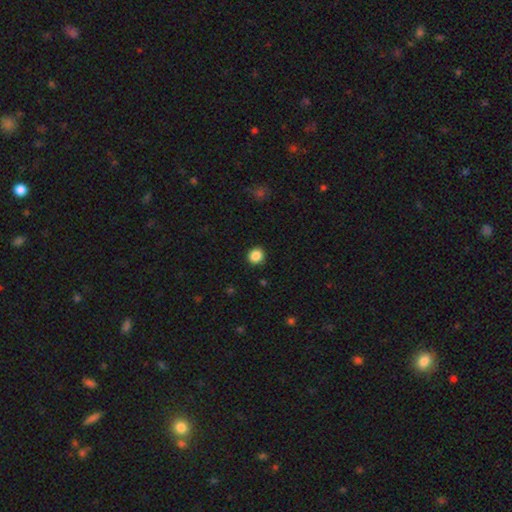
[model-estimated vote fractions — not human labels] This is clearly a smooth galaxy (87%). How rounded: clearly round (86%). Merging: clearly none (92%).